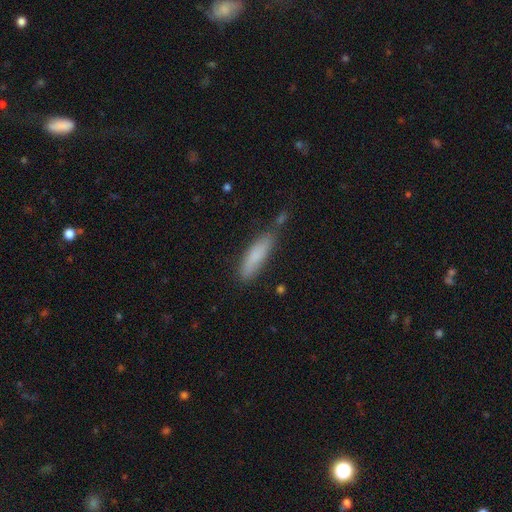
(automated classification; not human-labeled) smooth-or-featured: smooth: 80% | featured or disk: 13% | star or artifact: 7%
  how-rounded: cigar-shaped: 69% | in between: 29% | round: 2%
  merging: none: 66% | minor disturbance: 22% | merger: 7% | major disturbance: 5%